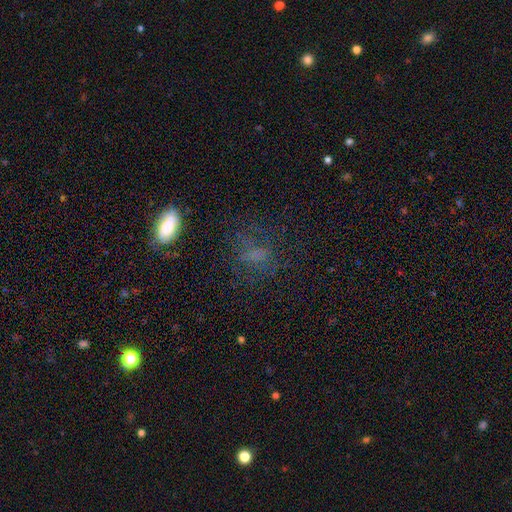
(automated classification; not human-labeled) Smooth or featured? Predicted: smooth (p=0.52). How rounded? Predicted: in between (p=0.60). Merging? Predicted: none (p=0.62).